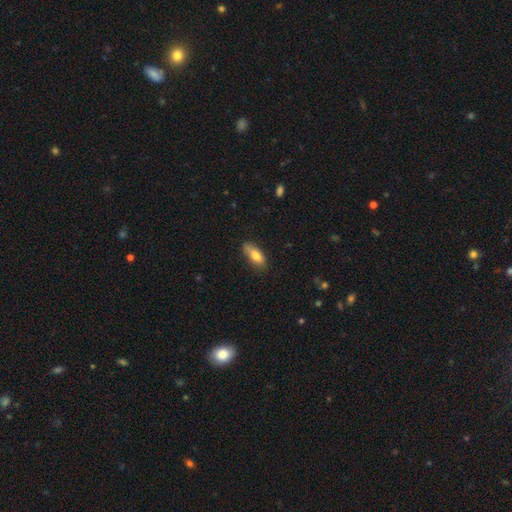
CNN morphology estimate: The model was most divided on "merging": none: 70%, minor disturbance: 24%, major disturbance: 5%, merger: 2%. More confident: smooth or featured — smooth (77%); how rounded — in between (74%).